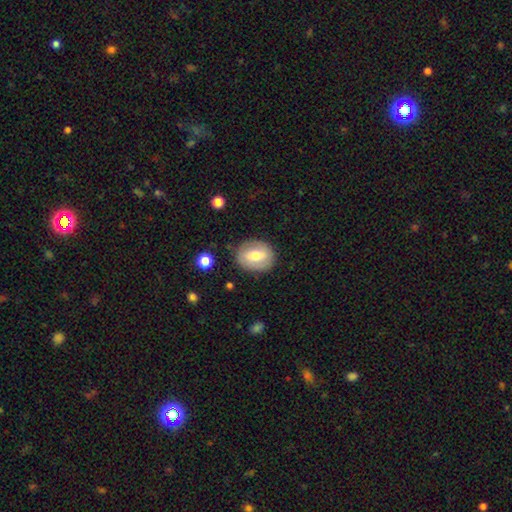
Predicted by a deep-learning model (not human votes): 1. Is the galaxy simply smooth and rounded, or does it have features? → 57% smooth, 36% featured or disk, 7% star or artifact.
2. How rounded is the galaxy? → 52% in between, 47% round, 1% cigar-shaped.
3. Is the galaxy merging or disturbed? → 83% none, 12% minor disturbance, 4% major disturbance, 1% merger.